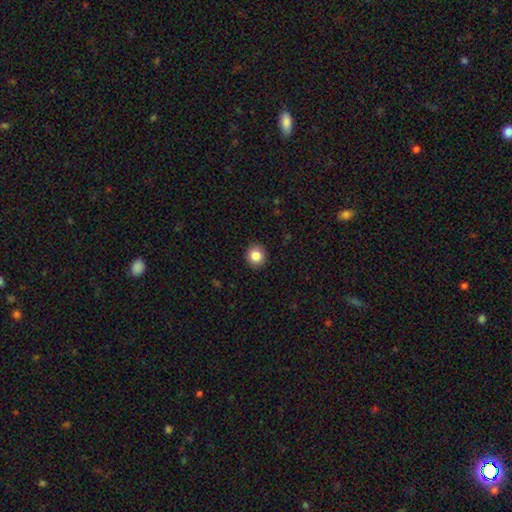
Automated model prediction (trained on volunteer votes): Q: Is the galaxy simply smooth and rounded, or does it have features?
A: smooth — 85%.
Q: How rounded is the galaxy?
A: round — 88%.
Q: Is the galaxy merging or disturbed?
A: none — 91%.